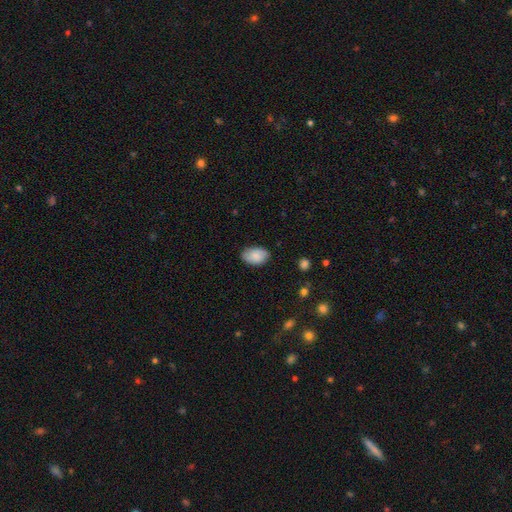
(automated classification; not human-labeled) The model was most divided on "merging": none: 80%, minor disturbance: 16%, major disturbance: 3%, merger: 1%. More confident: how rounded — in between (90%); smooth or featured — smooth (85%).